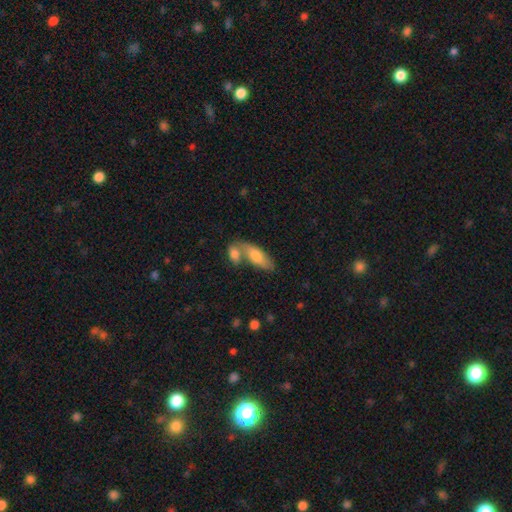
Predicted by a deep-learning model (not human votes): Smooth or featured?
  - smooth: 71% *
  - featured or disk: 22%
  - star or artifact: 6%
How rounded?
  - in between: 69% *
  - cigar-shaped: 28%
  - round: 3%
Merging?
  - merger: 45% *
  - none: 40%
  - minor disturbance: 11%
  - major disturbance: 4%